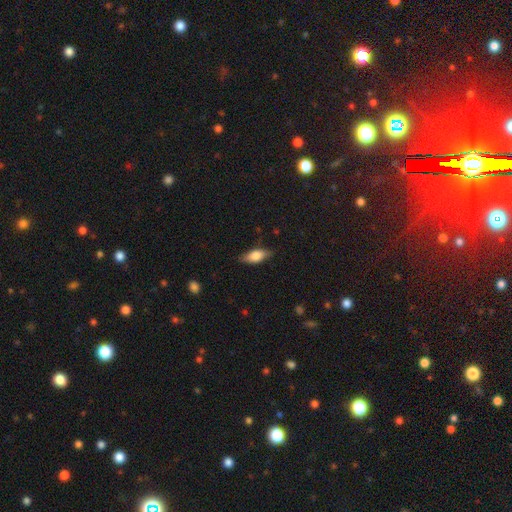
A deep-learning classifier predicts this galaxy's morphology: smooth 72%, featured or disk 22%, star or artifact 7%. Down the decision tree: how rounded — in between (78%); merging — none (79%).